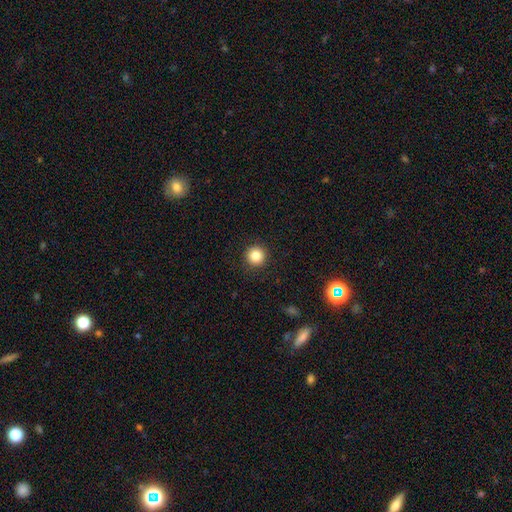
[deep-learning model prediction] Smooth or featured: smooth — 85% (star or artifact — 11%)
How rounded: round — 95% (in between — 4%)
Merging: none — 92% (minor disturbance — 5%)